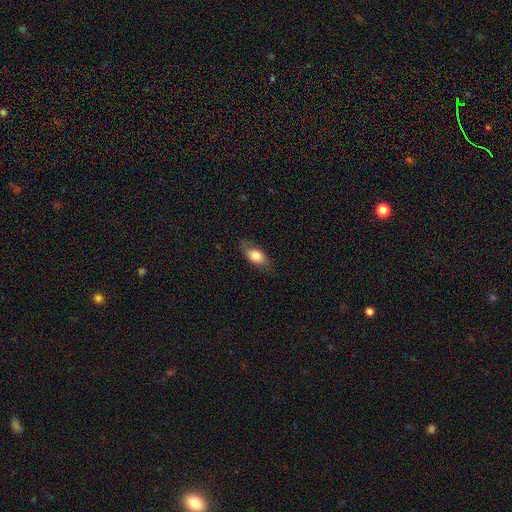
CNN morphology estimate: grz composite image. It shows a smooth galaxy with no disk features (72%) that is in between round and cigar-shaped (82%). Merging: none (73%).